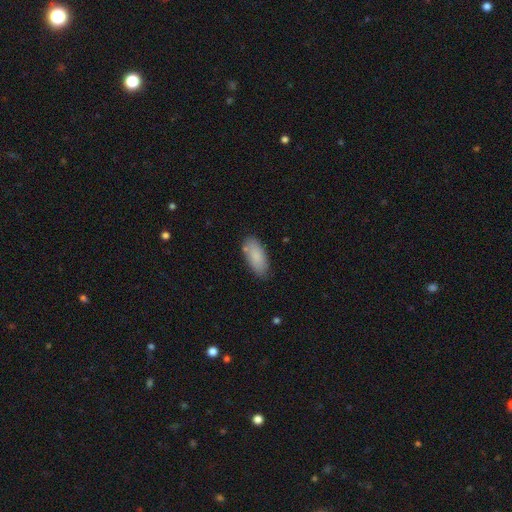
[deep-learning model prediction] Smooth or featured? Predicted: smooth (p=0.85). How rounded? Predicted: in between (p=0.89). Merging? Predicted: none (p=0.79).